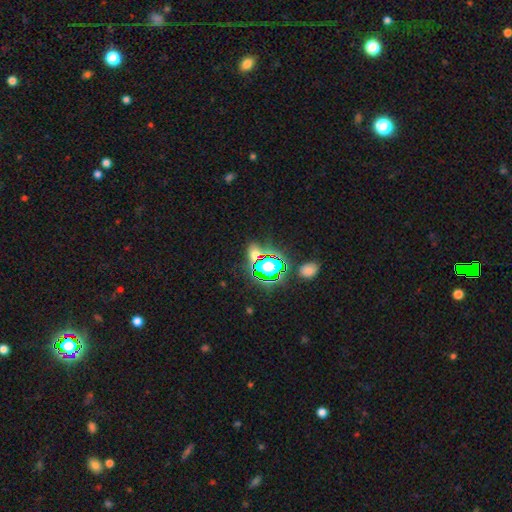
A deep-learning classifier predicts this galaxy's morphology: smooth_or_featured: star or artifact (p=0.57) [alt: smooth p=0.33]